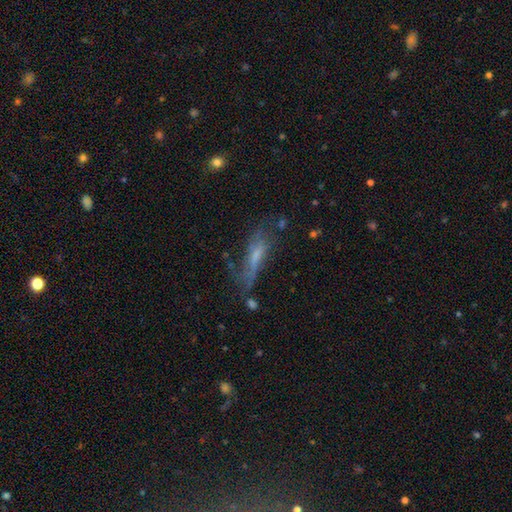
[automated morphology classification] A featured or disk galaxy (48%).

Vote fractions:
- Smooth or featured? featured or disk: 48% / smooth: 39% / star or artifact: 12%
- Merging? none: 48% / minor disturbance: 26% / major disturbance: 21% / merger: 5%